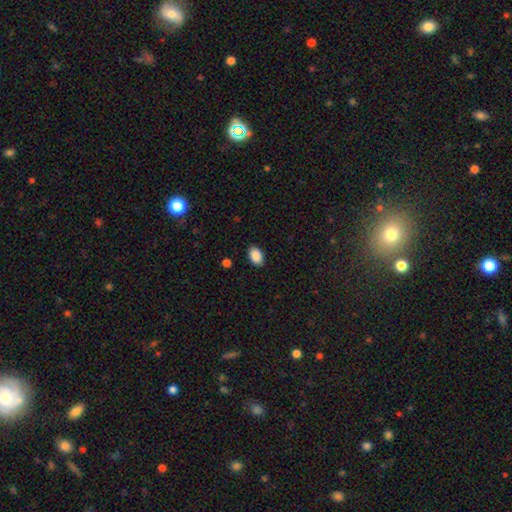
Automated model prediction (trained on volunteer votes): Smooth or featured: smooth — 89% (star or artifact — 8%)
How rounded: in between — 89% (round — 10%)
Merging: none — 88% (minor disturbance — 9%)